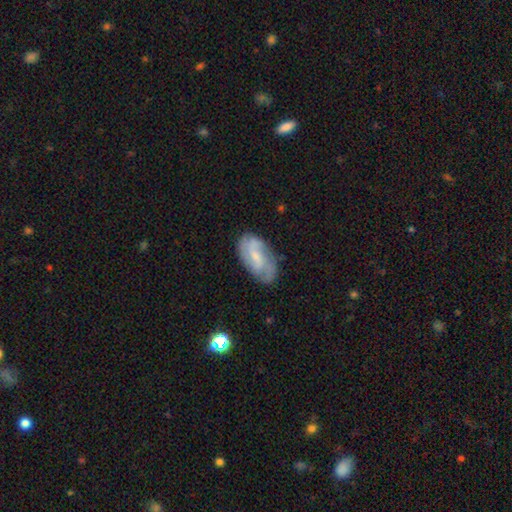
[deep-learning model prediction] This appears to be a featured or disk galaxy (67%) with a weak bar (54%), 2 (47%) medium (42%) spiral arms (88%) and a small central bulge (54%). Merging: none (72%).